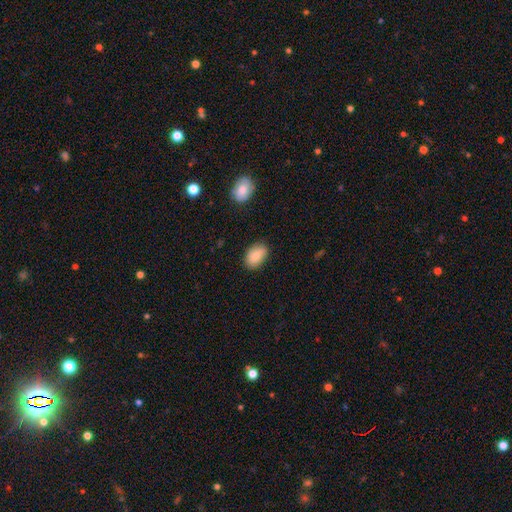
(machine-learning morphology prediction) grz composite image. It shows a smooth galaxy with no disk features (84%) that is in between round and cigar-shaped (90%). Merging: none (82%).